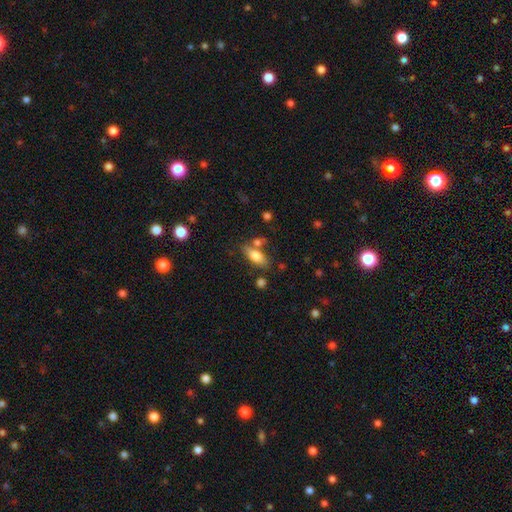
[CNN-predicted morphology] Smooth or featured: smooth — 77% (featured or disk — 15%)
How rounded: in between — 78% (cigar-shaped — 19%)
Merging: none — 67% (minor disturbance — 15%)